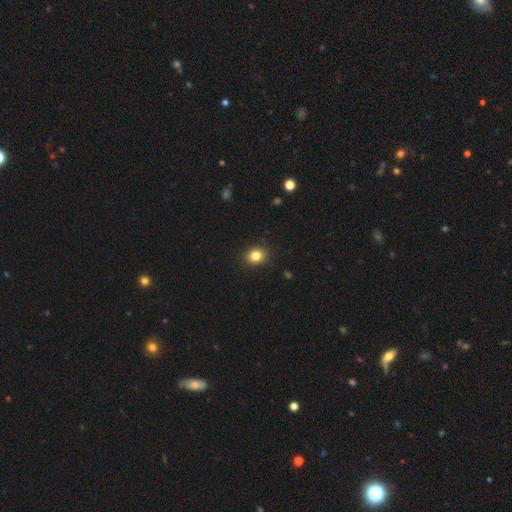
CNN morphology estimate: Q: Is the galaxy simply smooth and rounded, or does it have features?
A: smooth — 83%.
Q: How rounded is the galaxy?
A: round — 61%.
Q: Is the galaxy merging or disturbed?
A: none — 89%.